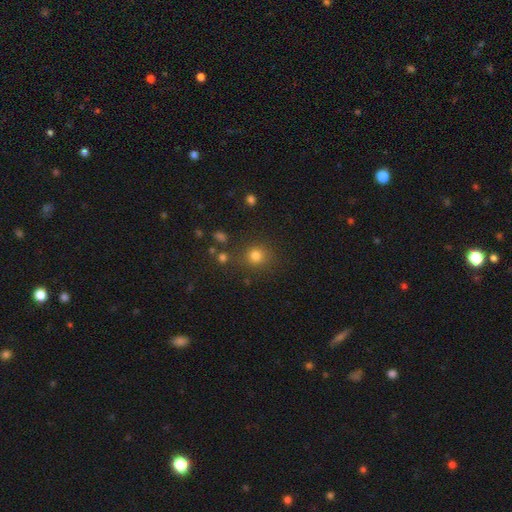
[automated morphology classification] smooth 78%, star or artifact 15%, featured or disk 6%. Down the decision tree: how rounded — round (85%); merging — none (78%).